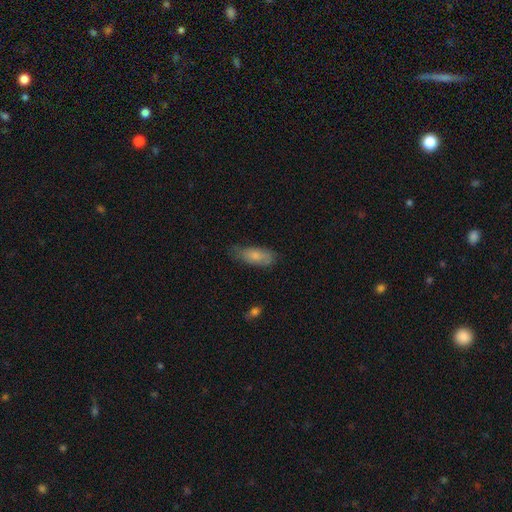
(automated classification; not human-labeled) Smooth or featured? Predicted: smooth (p=0.76). How rounded? Predicted: in between (p=0.79). Merging? Predicted: none (p=0.60).